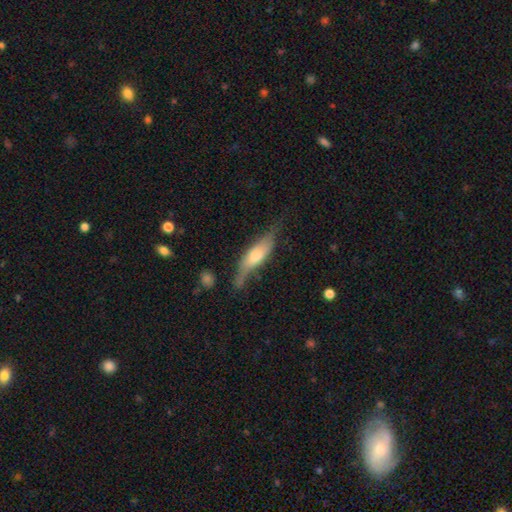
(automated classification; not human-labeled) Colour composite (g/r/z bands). It shows a smooth galaxy with no disk features (48%). Merging: none (50%).